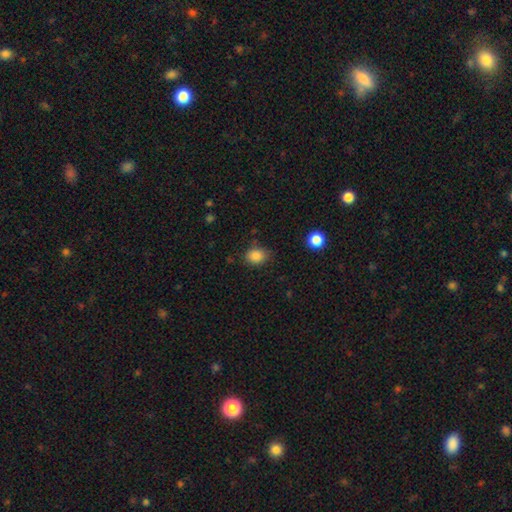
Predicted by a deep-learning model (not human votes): Smooth or featured: smooth — 86% (star or artifact — 10%)
How rounded: in between — 54% (round — 45%)
Merging: none — 75% (minor disturbance — 19%)